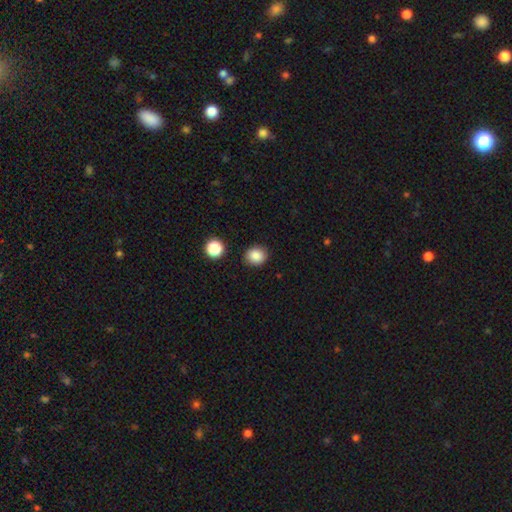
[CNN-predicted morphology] smooth 86%, star or artifact 10%, featured or disk 4%. Down the decision tree: how rounded — round (76%); merging — none (87%).